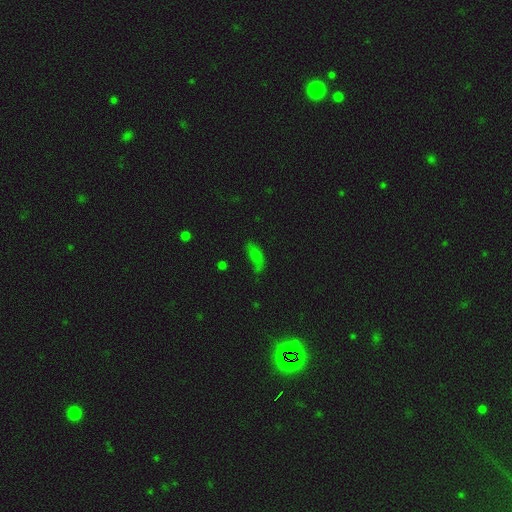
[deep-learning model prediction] Smooth or featured?
  - smooth: 72% *
  - star or artifact: 17%
  - featured or disk: 11%
How rounded?
  - in between: 76% *
  - cigar-shaped: 20%
  - round: 4%
Merging?
  - none: 50% *
  - minor disturbance: 30%
  - major disturbance: 15%
  - merger: 5%